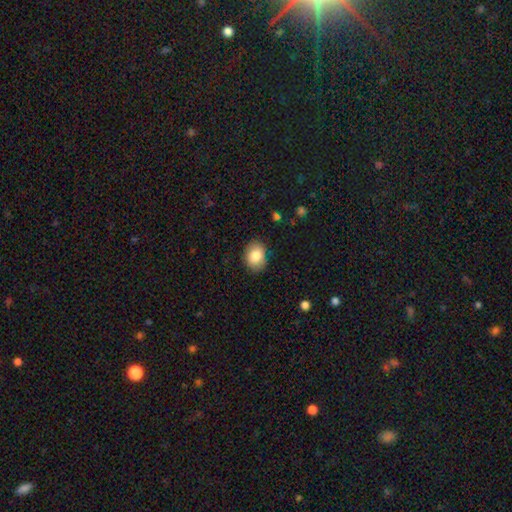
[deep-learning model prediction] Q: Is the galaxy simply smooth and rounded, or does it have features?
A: smooth — 84%.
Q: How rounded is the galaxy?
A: in between — 64%.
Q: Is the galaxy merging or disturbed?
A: none — 86%.